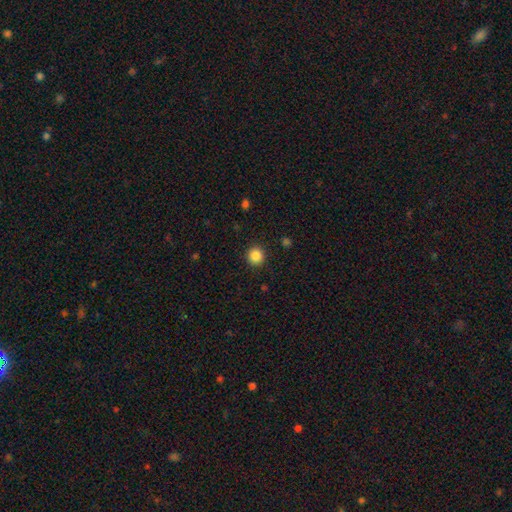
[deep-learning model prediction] Smooth or featured? Predicted: smooth (p=0.86). How rounded? Predicted: round (p=0.93). Merging? Predicted: none (p=0.91).